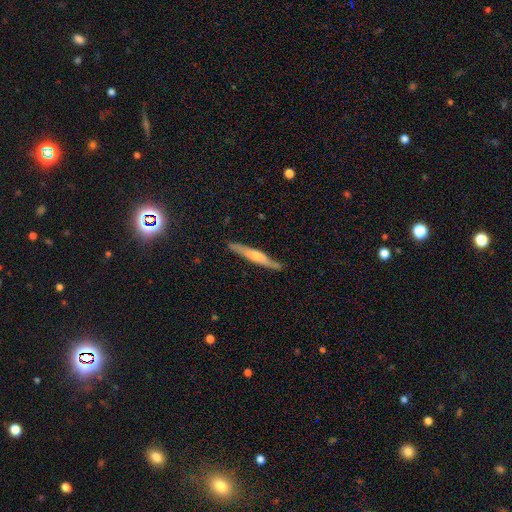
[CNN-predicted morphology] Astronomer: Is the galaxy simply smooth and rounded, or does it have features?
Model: featured or disk — 56% (runner-up: smooth, 38%).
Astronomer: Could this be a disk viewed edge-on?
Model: yes — 93%.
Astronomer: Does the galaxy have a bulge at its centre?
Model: rounded — 66%.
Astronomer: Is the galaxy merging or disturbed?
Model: none — 84%.